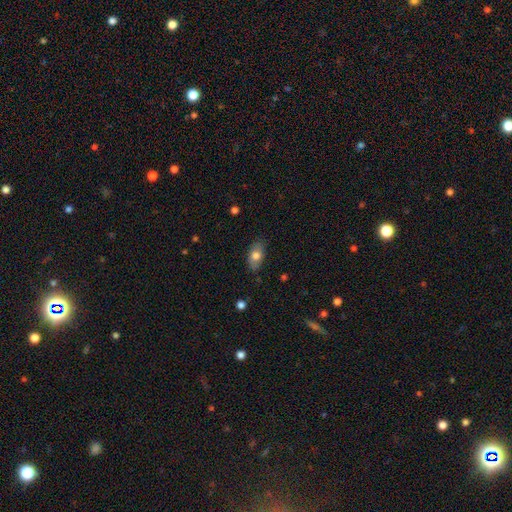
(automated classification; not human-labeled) Q: Smooth or featured?
A: smooth (73%); runner-up: featured or disk (20%)
Q: How rounded?
A: in between (91%); runner-up: round (6%)
Q: Merging?
A: none (80%); runner-up: minor disturbance (15%)